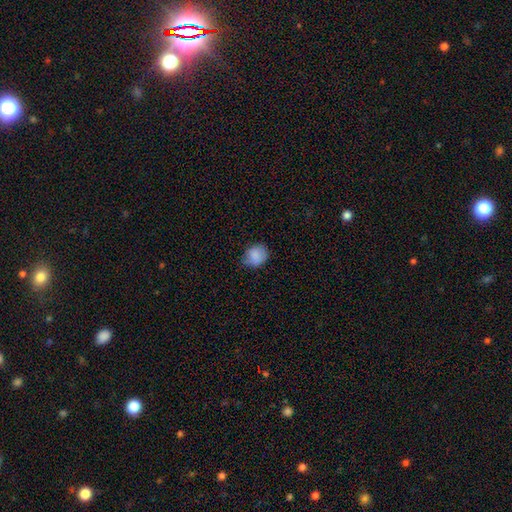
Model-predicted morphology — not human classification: smooth 86%, star or artifact 8%, featured or disk 6%. Down the decision tree: how rounded — round (71%); merging — none (69%).